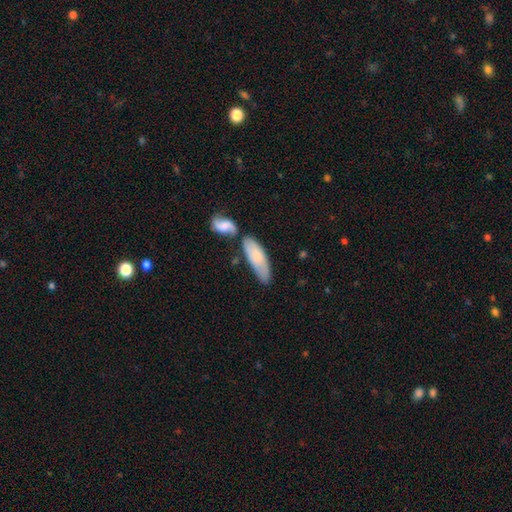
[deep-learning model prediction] Morphology: type=smooth (73%); roundness=in between (62%); merging=none (50%).